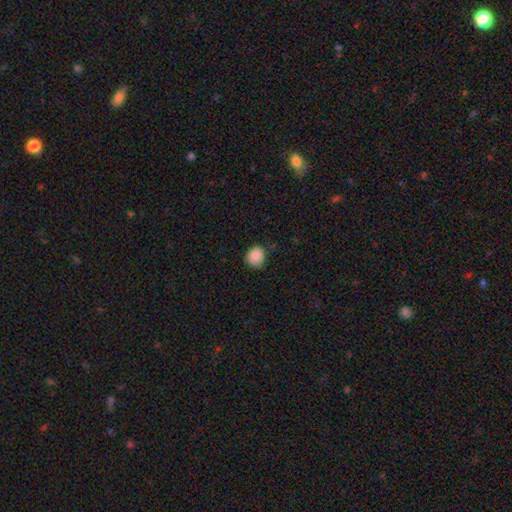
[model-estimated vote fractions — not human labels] smooth 88%, star or artifact 9%, featured or disk 3%. Down the decision tree: how rounded — round (79%); merging — none (77%).